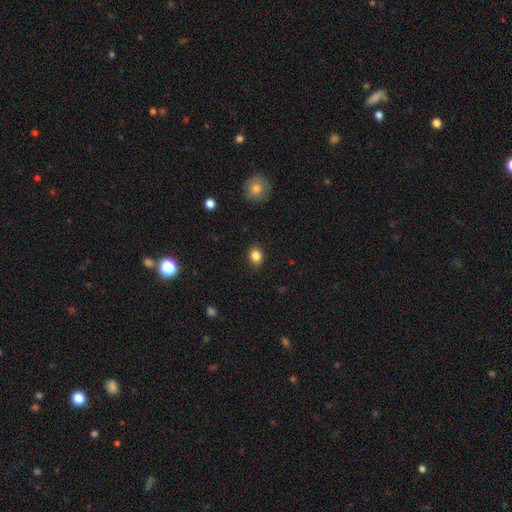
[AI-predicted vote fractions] This appears to be a smooth galaxy with no disk features (84%) that is round (57%). Merging: none (88%).